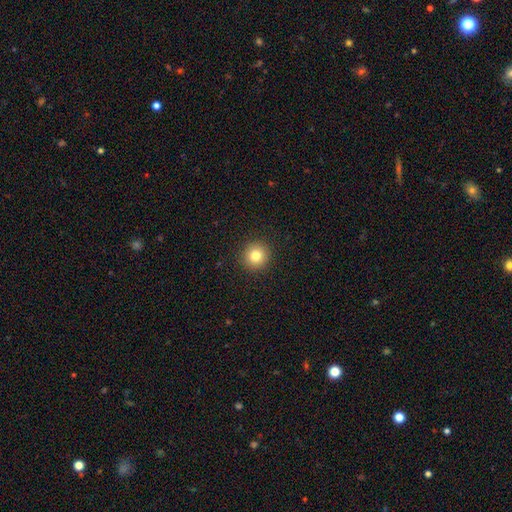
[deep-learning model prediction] The model was most divided on "smooth or featured": smooth: 81%, star or artifact: 11%, featured or disk: 7%. More confident: how rounded — round (94%); merging — none (93%).